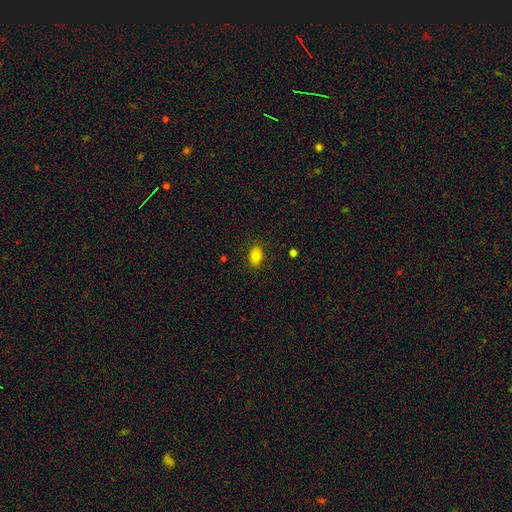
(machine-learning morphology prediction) This is clearly a smooth galaxy (82%). How rounded: clearly in between (83%). Merging: clearly none (86%).